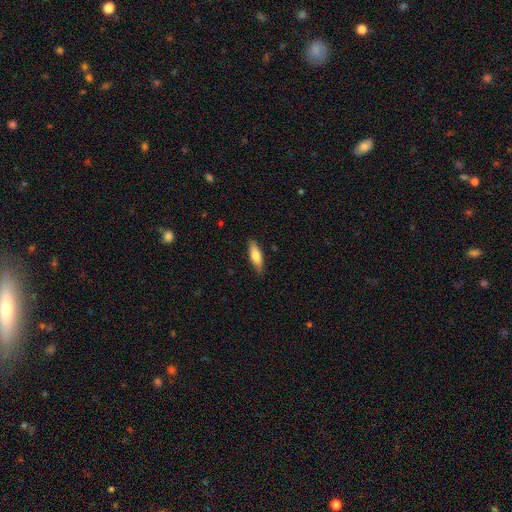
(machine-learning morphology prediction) Smooth or featured? Predicted: smooth (p=0.73). How rounded? Predicted: cigar-shaped (p=0.51). Merging? Predicted: none (p=0.87).